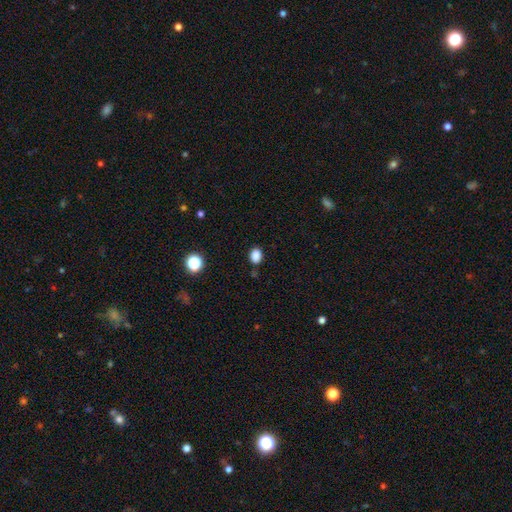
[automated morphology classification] This appears to be a smooth galaxy with no disk features (85%) that is in between round and cigar-shaped (67%). Merging: none (83%).